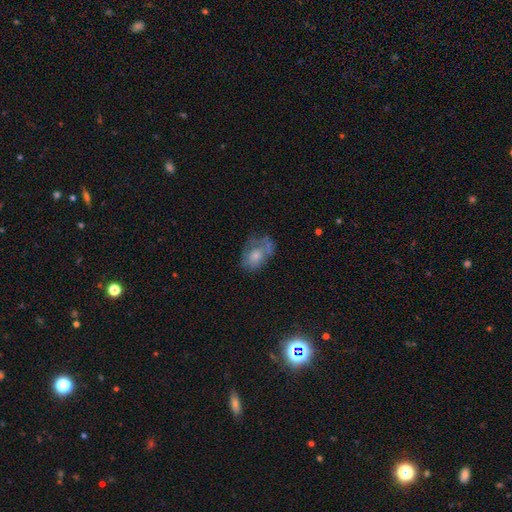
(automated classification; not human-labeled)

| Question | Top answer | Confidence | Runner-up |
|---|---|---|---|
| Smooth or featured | smooth | 60% | featured or disk (31%) |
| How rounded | in between | 80% | round (19%) |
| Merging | none | 39% | minor disturbance (29%) |